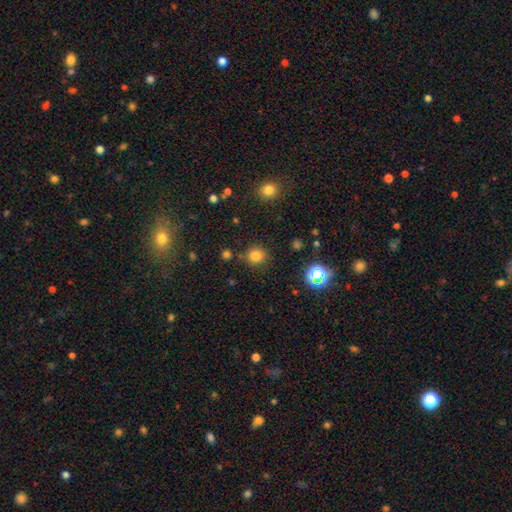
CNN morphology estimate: smooth 79%, star or artifact 16%, featured or disk 5%. Down the decision tree: how rounded — round (89%); merging — none (84%).